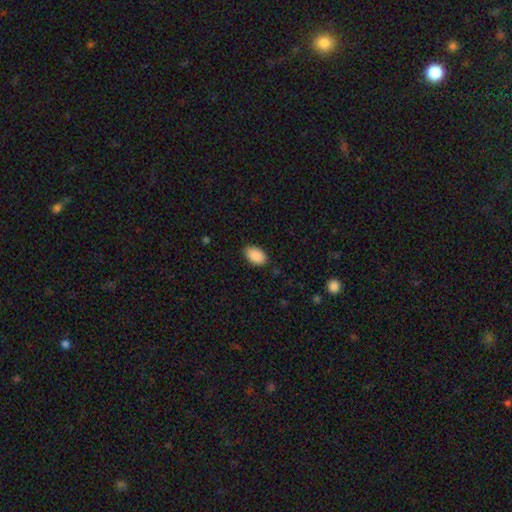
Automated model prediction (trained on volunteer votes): This is clearly a smooth galaxy (90%). How rounded: clearly in between (92%). Merging: clearly none (86%).